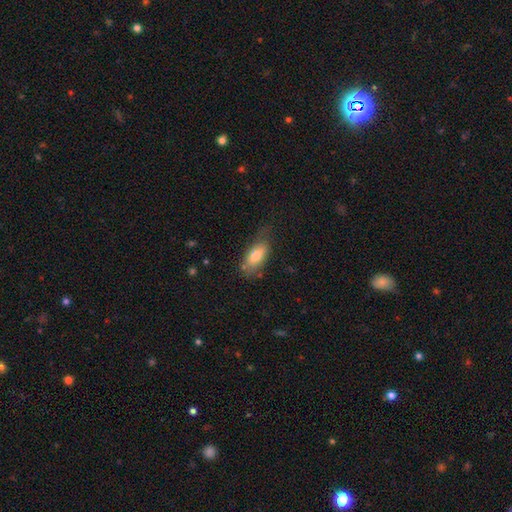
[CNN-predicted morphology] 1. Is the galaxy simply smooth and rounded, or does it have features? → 76% smooth, 17% featured or disk, 7% star or artifact.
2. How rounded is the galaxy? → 87% in between, 10% cigar-shaped, 3% round.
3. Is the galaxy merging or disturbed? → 57% none, 29% minor disturbance, 10% major disturbance, 3% merger.